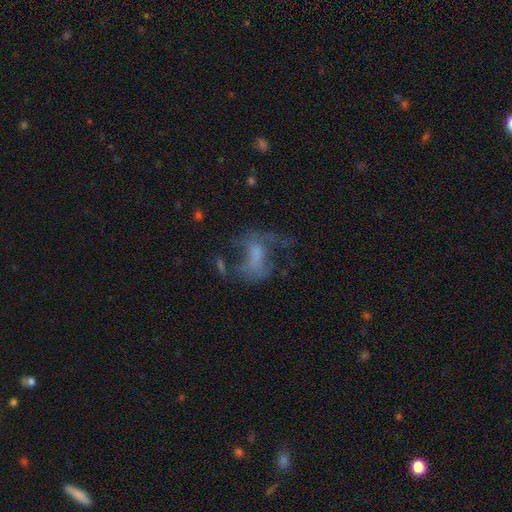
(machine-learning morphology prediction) The model was most divided on "merging": major disturbance: 42%, none: 33%, minor disturbance: 17%, merger: 8%. Remaining: edge-on disk — no (97%); smooth or featured — featured or disk (60%); spiral arms — yes (59%); bar — no (55%); bulge size — none (43%).